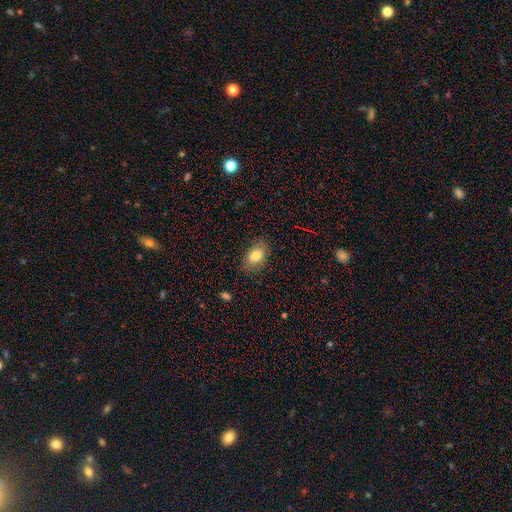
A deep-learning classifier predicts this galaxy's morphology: A smooth galaxy with no disk features (80%) that is in between round and cigar-shaped (84%).

Vote fractions:
- Smooth or featured? smooth: 80% / featured or disk: 12% / star or artifact: 8%
- How rounded? in between: 84% / round: 15% / cigar-shaped: 1%
- Merging? none: 84% / minor disturbance: 12% / major disturbance: 3% / merger: 1%